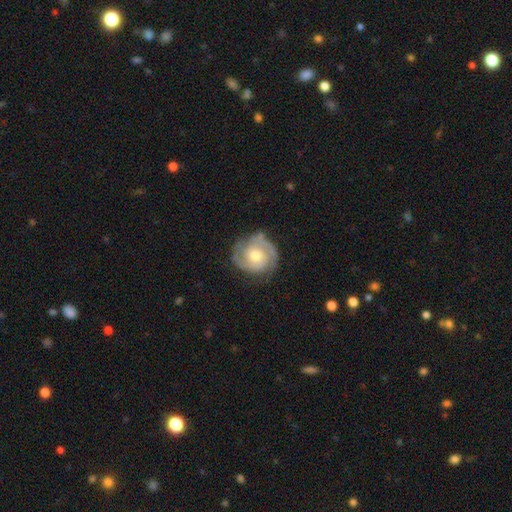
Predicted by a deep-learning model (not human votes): This appears to be a featured or disk galaxy (82%) with no bar (69%), 2 (71%) tight (56%) spiral arms (95%) and a moderate central bulge (64%). Merging: none (76%).